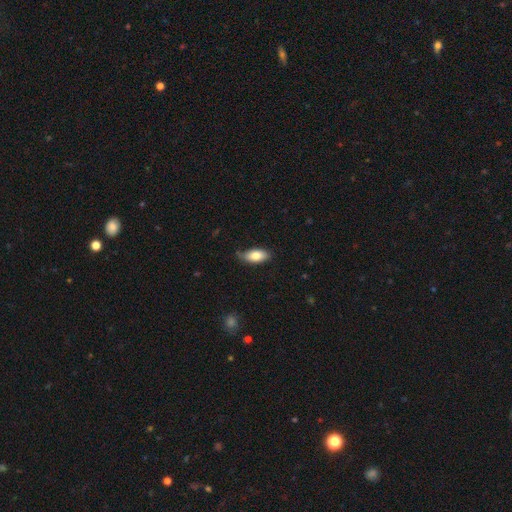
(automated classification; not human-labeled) A smooth galaxy with no disk features (79%) that is in between round and cigar-shaped (90%). Merging: none (69%).